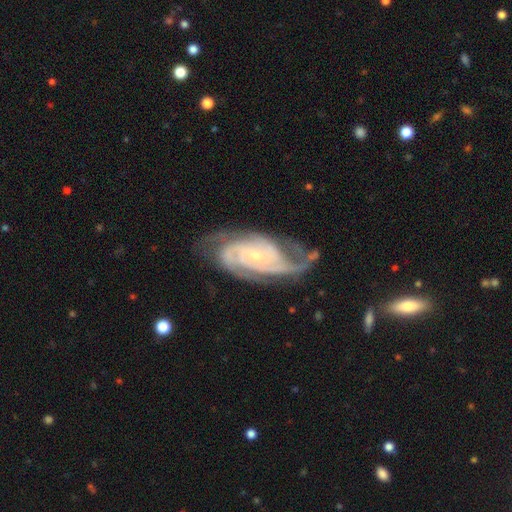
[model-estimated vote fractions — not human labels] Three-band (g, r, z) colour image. It shows a featured or disk galaxy (91%) with no bar (61%), 3 (39%) tight (62%) spiral arms (98%) and a small central bulge (79%). Merging: none (62%).